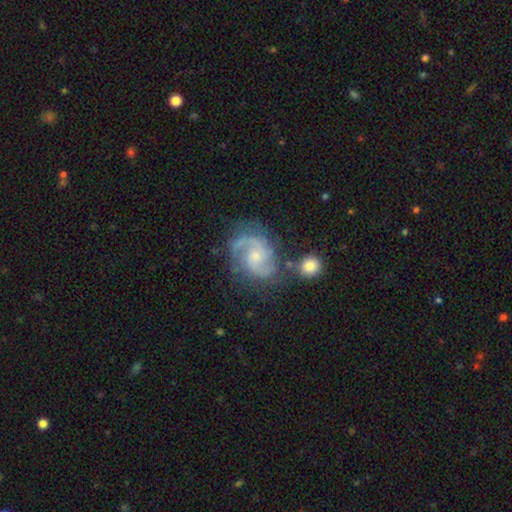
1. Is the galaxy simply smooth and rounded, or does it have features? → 90% featured or disk, 8% star or artifact, 2% smooth.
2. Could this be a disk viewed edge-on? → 97% no, 3% yes.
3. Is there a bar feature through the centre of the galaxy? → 71% no, 26% weak, 3% strong.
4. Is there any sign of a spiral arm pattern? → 100% yes, 0% no.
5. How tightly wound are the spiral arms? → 83% medium, 11% loose, 6% tight.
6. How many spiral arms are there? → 97% 2, 3% can't tell, 0% 1, 0% 3, 0% 4, 0% more than 4.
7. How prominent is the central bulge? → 60% small, 40% moderate, 0% dominant, 0% large, 0% none.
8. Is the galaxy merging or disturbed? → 51% none, 27% minor disturbance, 14% major disturbance, 8% merger.